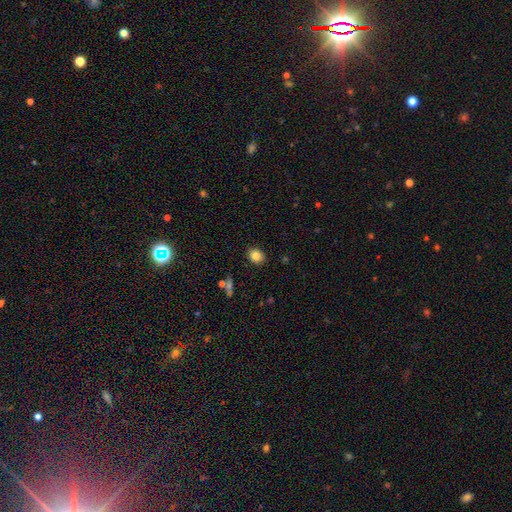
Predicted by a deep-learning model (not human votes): This appears to be a smooth galaxy with no disk features (83%) that is round (54%). Merging: none (89%).